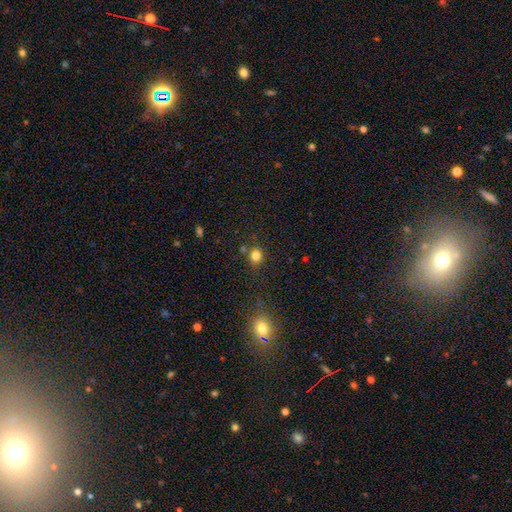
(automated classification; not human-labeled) smooth 80%, star or artifact 15%, featured or disk 5%. Down the decision tree: how rounded — round (84%); merging — none (77%).